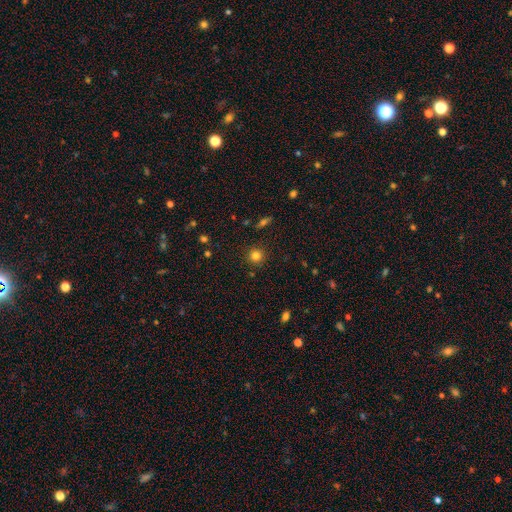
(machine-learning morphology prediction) Smooth or featured?
  - smooth: 80% *
  - star or artifact: 13%
  - featured or disk: 6%
How rounded?
  - round: 93% *
  - in between: 6%
  - cigar-shaped: 1%
Merging?
  - none: 90% *
  - minor disturbance: 7%
  - major disturbance: 2%
  - merger: 2%